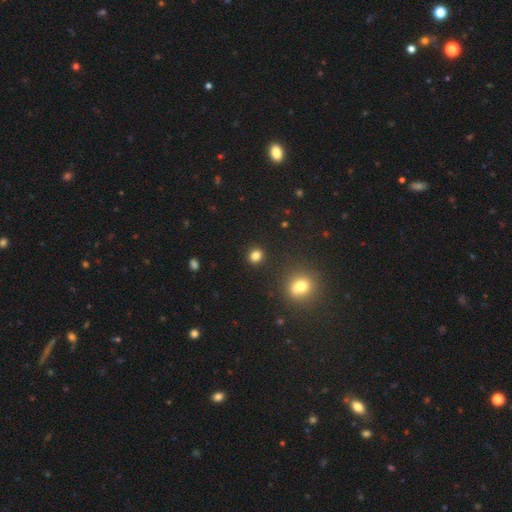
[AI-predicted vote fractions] This is clearly a smooth galaxy (82%). How rounded: likely round (75%). Merging: clearly none (89%).